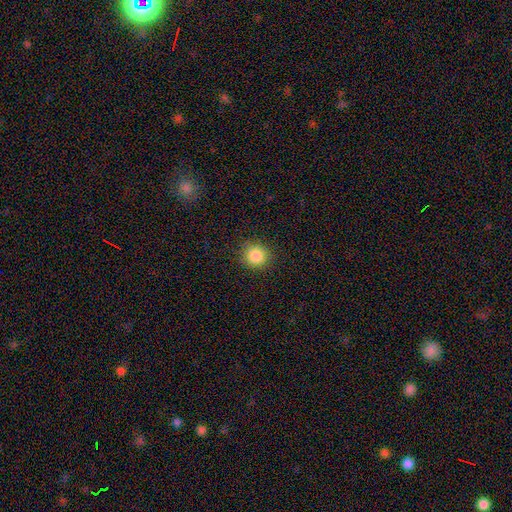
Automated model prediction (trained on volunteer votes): This is clearly a smooth galaxy (86%). How rounded: clearly round (91%). Merging: clearly none (90%).